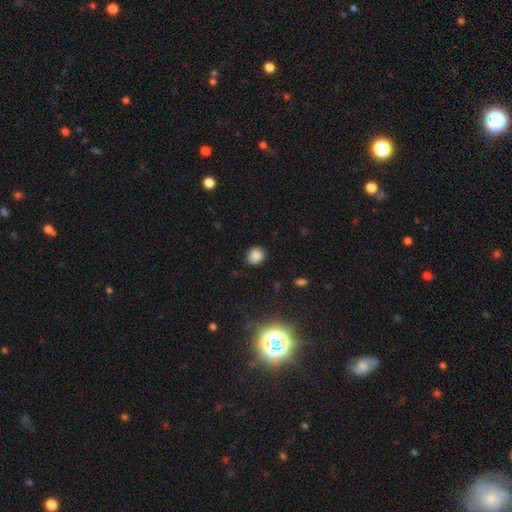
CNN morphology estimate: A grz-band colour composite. It shows a smooth galaxy with no disk features (85%) that is round (79%). Merging: none (85%).